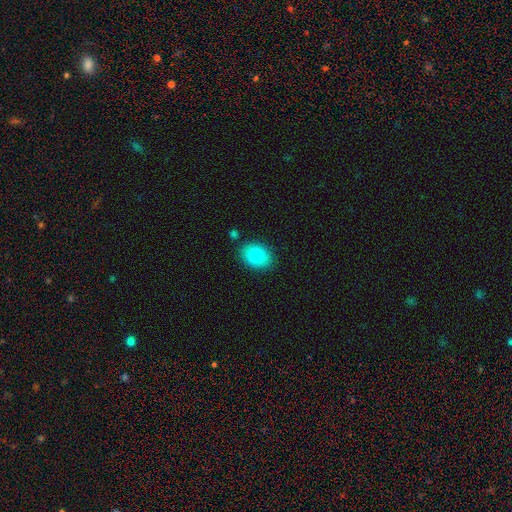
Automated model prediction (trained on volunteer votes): Morphology: type=smooth (81%); roundness=in between (66%); merging=none (85%).